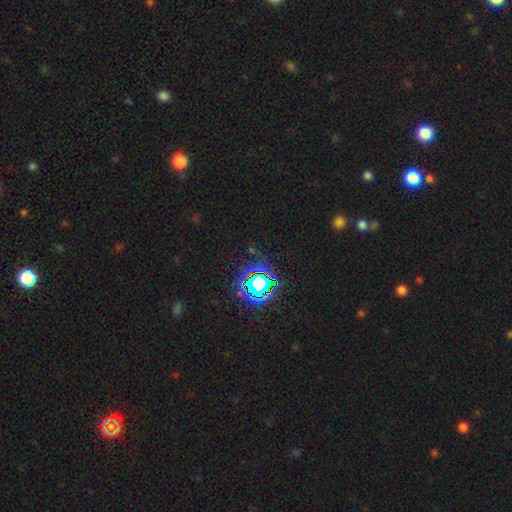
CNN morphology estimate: Smooth or featured? Predicted: star or artifact (p=0.80).